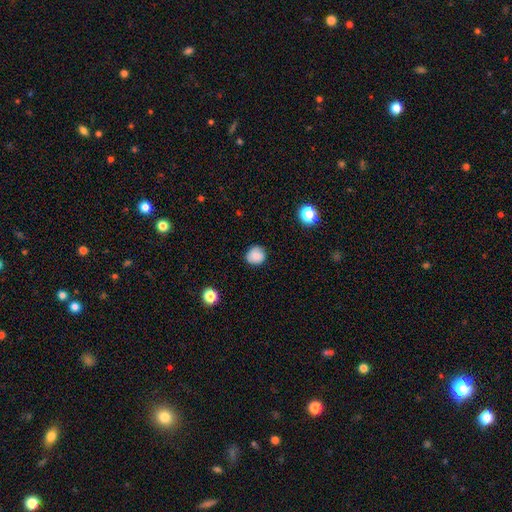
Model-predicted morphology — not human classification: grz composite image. It shows a smooth galaxy with no disk features (82%) that is round (83%). Merging: none (81%).